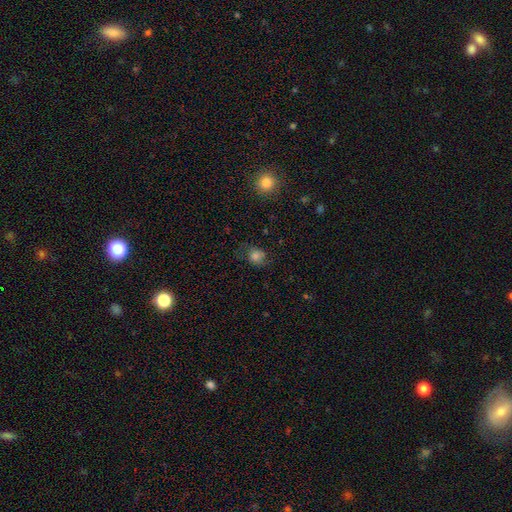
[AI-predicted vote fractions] smooth 74%, star or artifact 15%, featured or disk 11%. Down the decision tree: how rounded — round (61%); merging — none (62%).